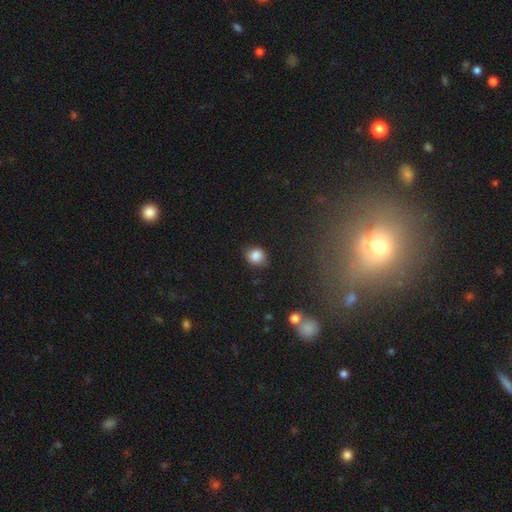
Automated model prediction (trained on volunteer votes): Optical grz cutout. It shows a smooth galaxy with no disk features (85%) that is round (62%). Merging: none (77%).